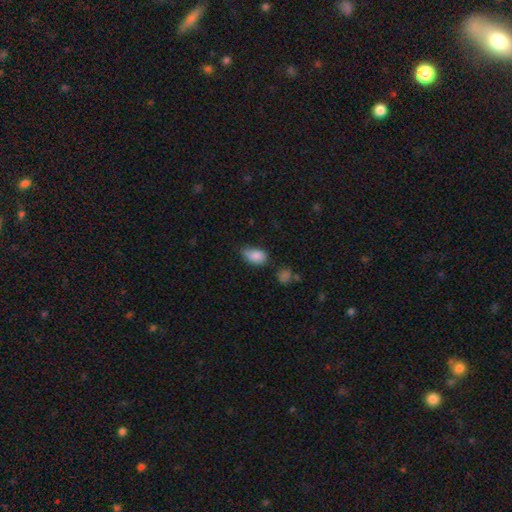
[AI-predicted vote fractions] A smooth galaxy with no disk features (86%) that is in between round and cigar-shaped (90%). Merging: none (53%).